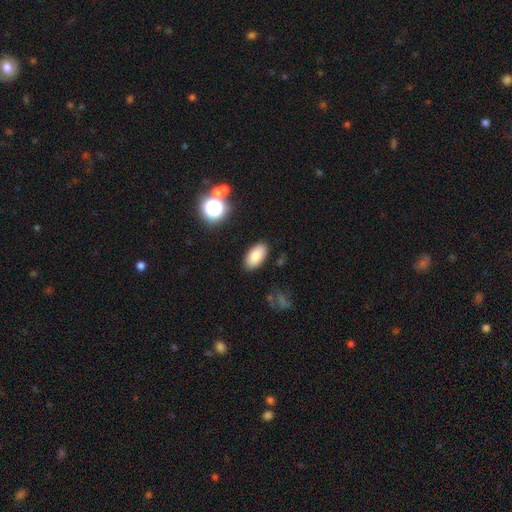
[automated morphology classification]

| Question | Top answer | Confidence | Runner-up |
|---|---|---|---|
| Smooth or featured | smooth | 83% | star or artifact (9%) |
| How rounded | in between | 94% | round (4%) |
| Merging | none | 87% | minor disturbance (9%) |